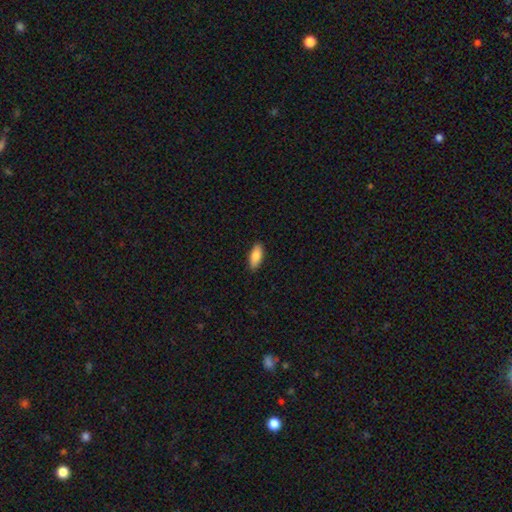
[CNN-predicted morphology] Overall: smooth (85%). How rounded: in between (82%). Merging: none (89%).